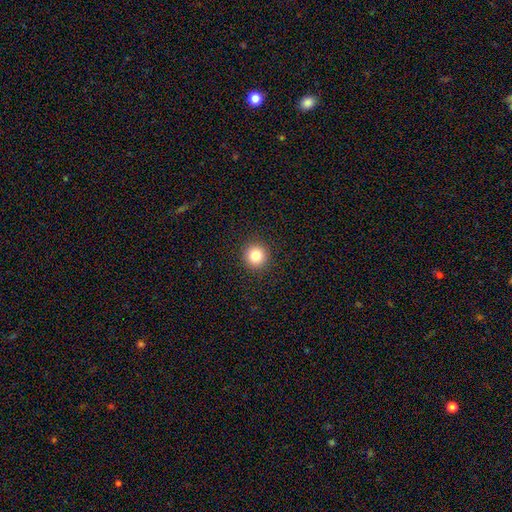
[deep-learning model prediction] Smooth or featured: smooth — 83% (star or artifact — 11%)
How rounded: round — 95% (in between — 4%)
Merging: none — 93% (minor disturbance — 4%)